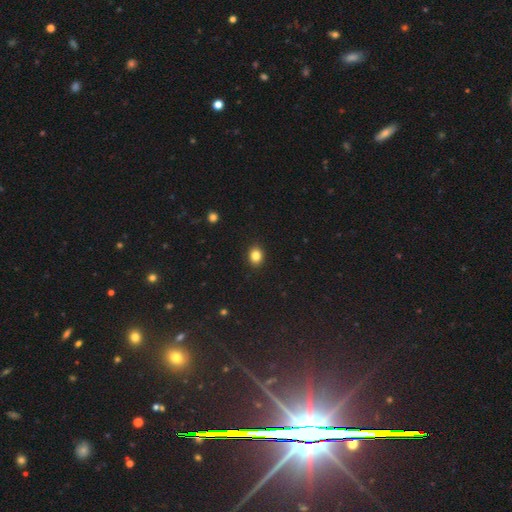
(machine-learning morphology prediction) A smooth galaxy with no disk features (84%) that is round (52%).

Vote fractions:
- Smooth or featured? smooth: 84% / star or artifact: 10% / featured or disk: 5%
- How rounded? round: 52% / in between: 47% / cigar-shaped: 1%
- Merging? none: 91% / minor disturbance: 6% / major disturbance: 2% / merger: 1%